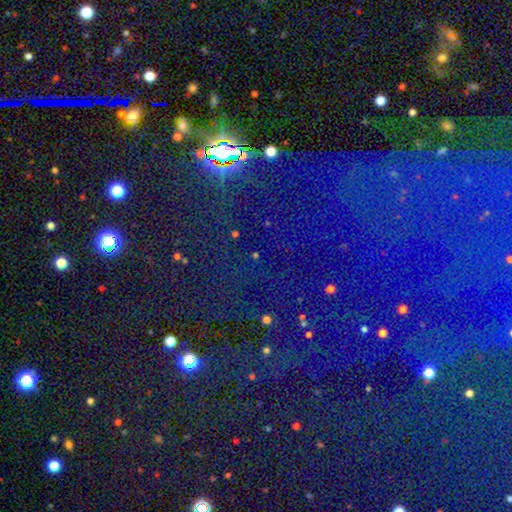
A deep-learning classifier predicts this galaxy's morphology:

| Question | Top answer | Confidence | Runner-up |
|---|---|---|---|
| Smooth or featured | star or artifact | 80% | smooth (13%) |